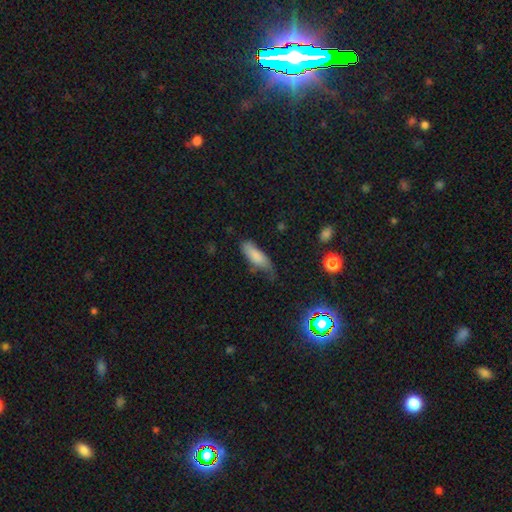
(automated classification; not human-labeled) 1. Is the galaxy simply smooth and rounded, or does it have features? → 80% smooth, 13% featured or disk, 8% star or artifact.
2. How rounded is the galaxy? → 63% in between, 35% cigar-shaped, 2% round.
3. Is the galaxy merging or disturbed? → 41% none, 40% minor disturbance, 16% major disturbance, 3% merger.